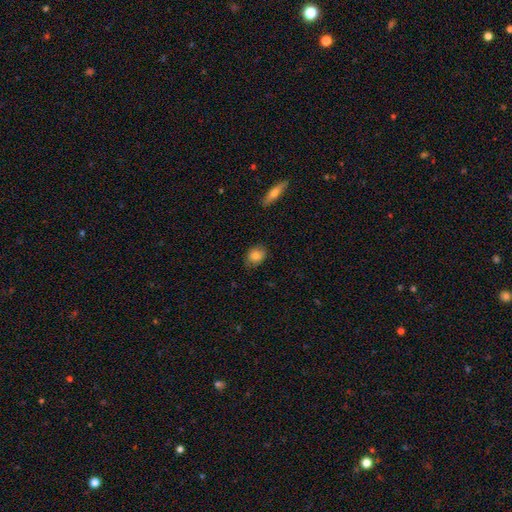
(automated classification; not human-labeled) A smooth galaxy with no disk features (83%) that is in between round and cigar-shaped (54%). Merging: none (79%).